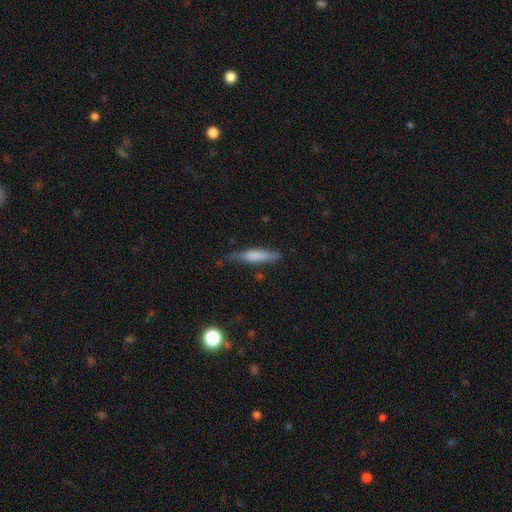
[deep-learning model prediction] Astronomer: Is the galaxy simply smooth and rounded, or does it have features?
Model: smooth — 64%.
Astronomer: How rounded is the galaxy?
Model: cigar-shaped — 83%.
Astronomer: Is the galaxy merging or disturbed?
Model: none — 59%.